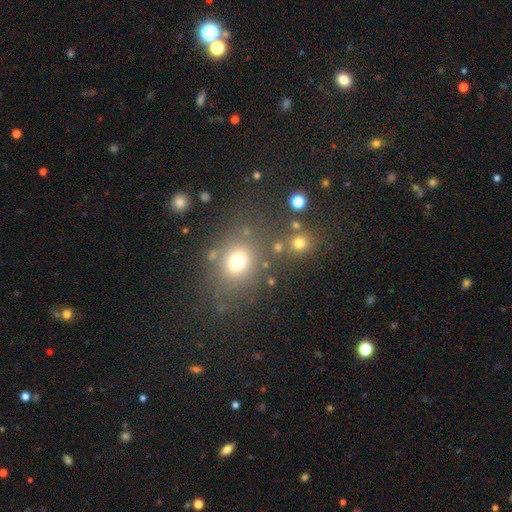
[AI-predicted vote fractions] The model was most divided on "smooth or featured": smooth: 54%, star or artifact: 35%, featured or disk: 11%. More confident: merging — none (73%); how rounded — round (62%).